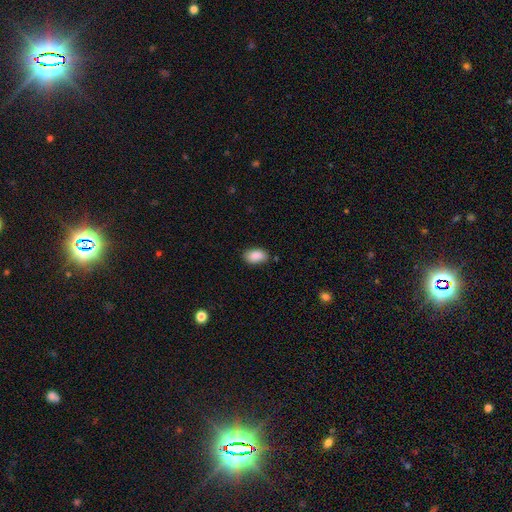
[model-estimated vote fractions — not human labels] Q: Smooth or featured?
A: smooth (89%); runner-up: star or artifact (7%)
Q: How rounded?
A: in between (91%); runner-up: round (7%)
Q: Merging?
A: none (81%); runner-up: minor disturbance (14%)